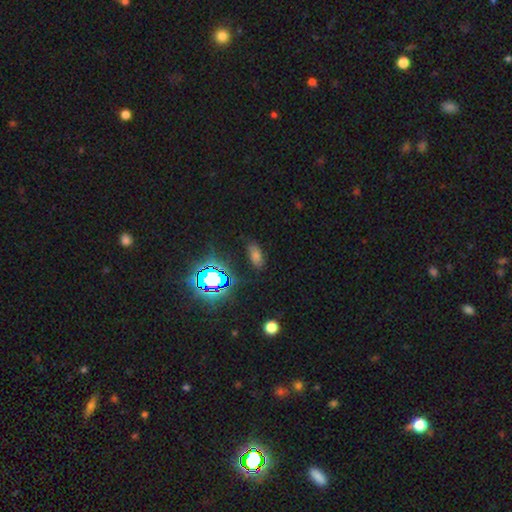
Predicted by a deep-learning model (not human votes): Overall: smooth (54%; star or artifact 35%). How rounded: in between (80%). Merging: none (81%).